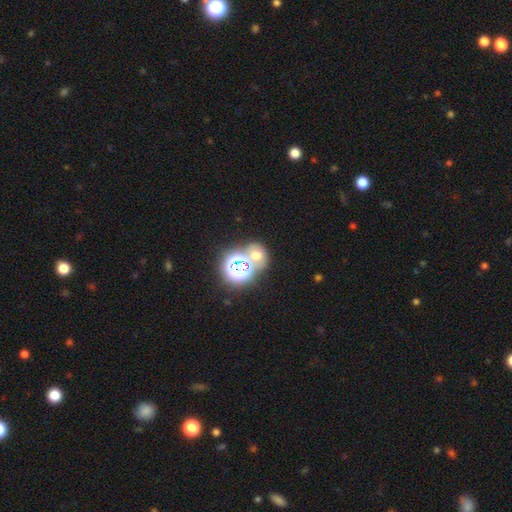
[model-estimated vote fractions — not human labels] smooth_or_featured: smooth (p=0.49) [alt: star or artifact p=0.38]
merging: none (p=0.46) [alt: merger p=0.39]